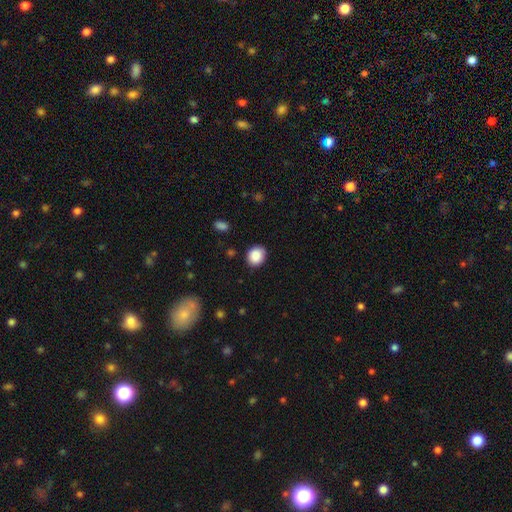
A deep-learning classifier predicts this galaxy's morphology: The model was most divided on "how rounded": round: 74%, in between: 25%, cigar-shaped: 1%. More confident: smooth or featured — smooth (89%); merging — none (87%).